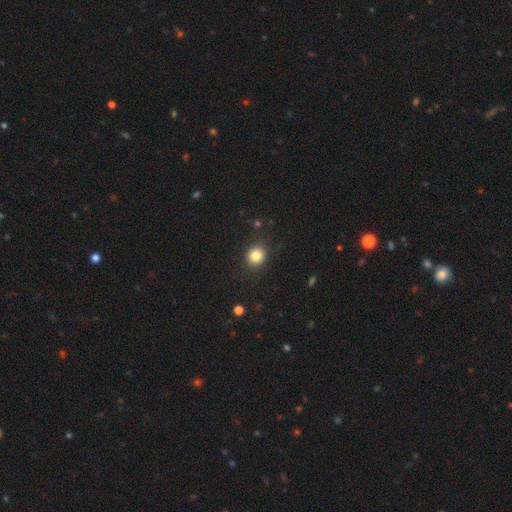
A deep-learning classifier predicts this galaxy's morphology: Overall: smooth (83%). How rounded: round (83%). Merging: none (89%).